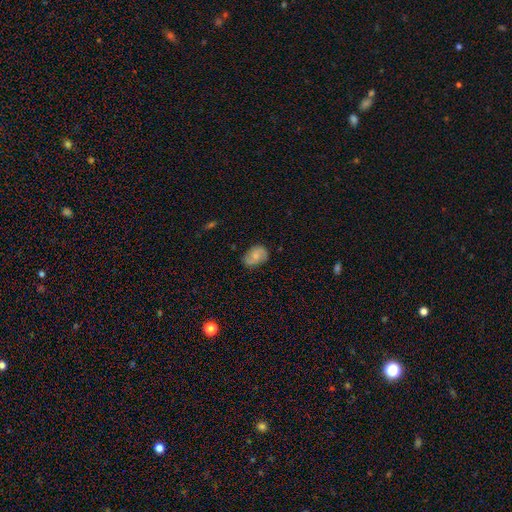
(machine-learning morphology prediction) smooth 50%, featured or disk 42%, star or artifact 8%. Down the decision tree: how rounded — in between (79%); merging — none (77%).